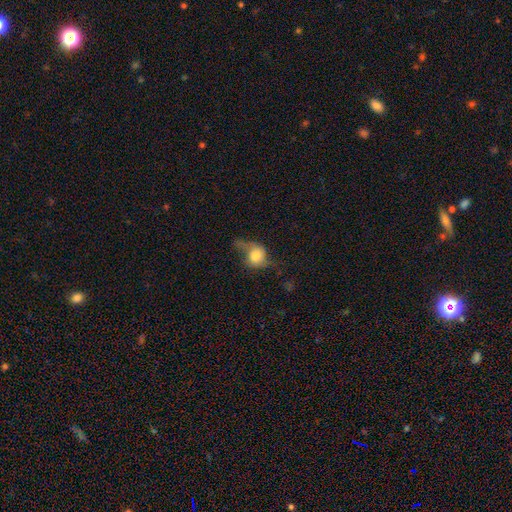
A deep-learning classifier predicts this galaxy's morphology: smooth 58%, featured or disk 33%, star or artifact 9%. Down the decision tree: how rounded — round (69%); merging — none (35%).